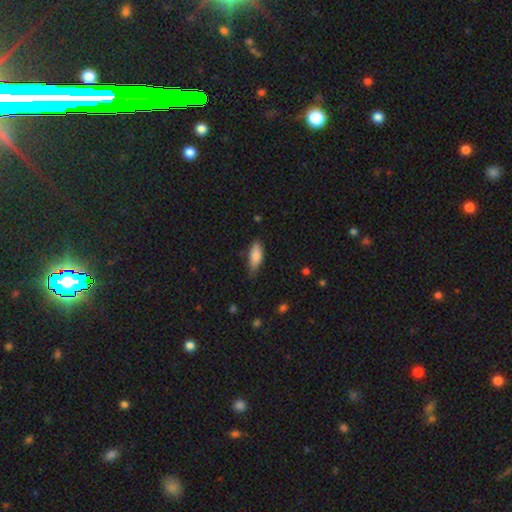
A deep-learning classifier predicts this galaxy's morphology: smooth 83%, featured or disk 10%, star or artifact 6%. Down the decision tree: how rounded — in between (74%); merging — none (63%).